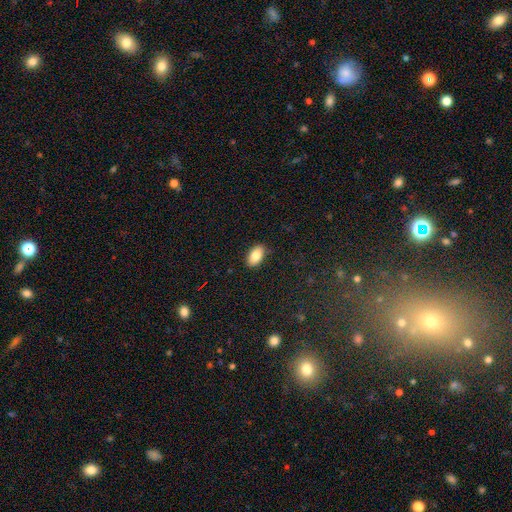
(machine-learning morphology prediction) Q: Smooth or featured?
A: smooth (85%); runner-up: featured or disk (8%)
Q: How rounded?
A: in between (93%); runner-up: round (4%)
Q: Merging?
A: none (87%); runner-up: minor disturbance (10%)